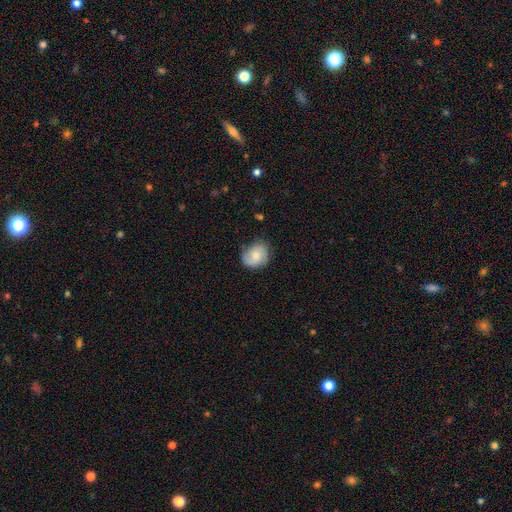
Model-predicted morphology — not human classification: Smooth or featured: smooth — 54% (featured or disk — 38%)
How rounded: round — 62% (in between — 37%)
Merging: none — 65% (minor disturbance — 26%)